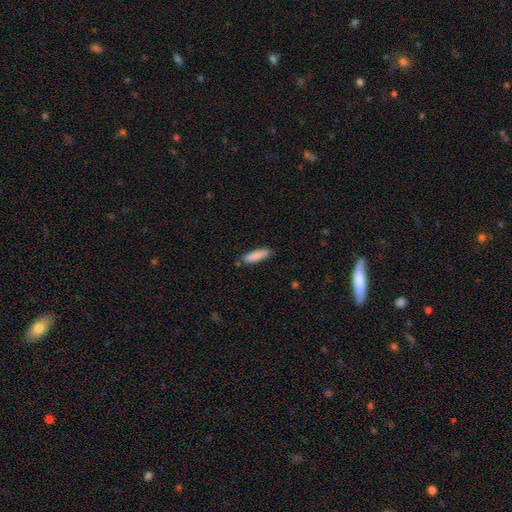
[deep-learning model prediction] smooth 86%, featured or disk 8%, star or artifact 6%. Down the decision tree: how rounded — cigar-shaped (68%); merging — none (81%).